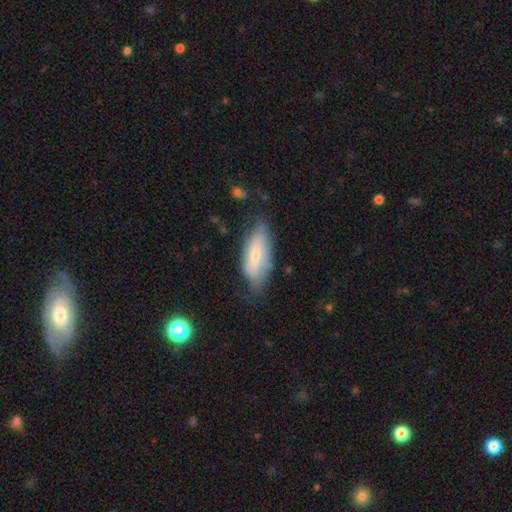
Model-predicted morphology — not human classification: smooth-or-featured: smooth: 55% | featured or disk: 38% | star or artifact: 7%
  how-rounded: in between: 79% | cigar-shaped: 19% | round: 2%
  merging: none: 63% | minor disturbance: 28% | major disturbance: 7% | merger: 2%